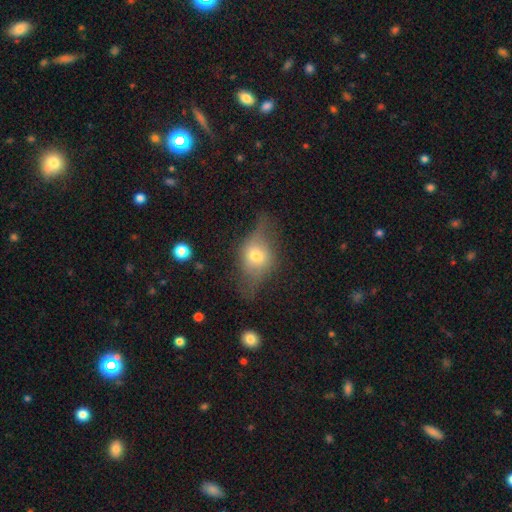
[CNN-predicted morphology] Smooth or featured? featured or disk (46%)
Merging? none (49%)